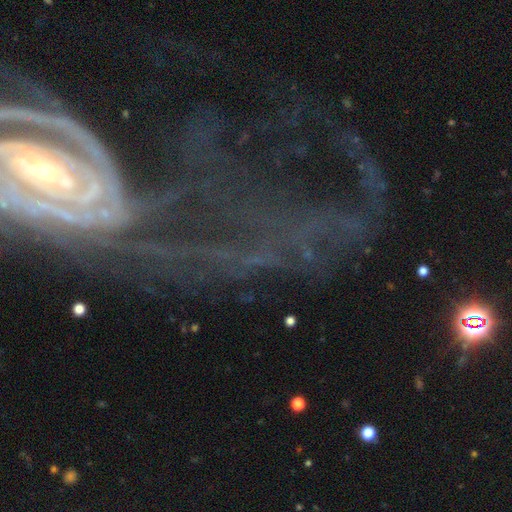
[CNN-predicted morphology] Smooth or featured? featured or disk (55%)
Edge-on disk? no (86%)
Merging? none (49%)